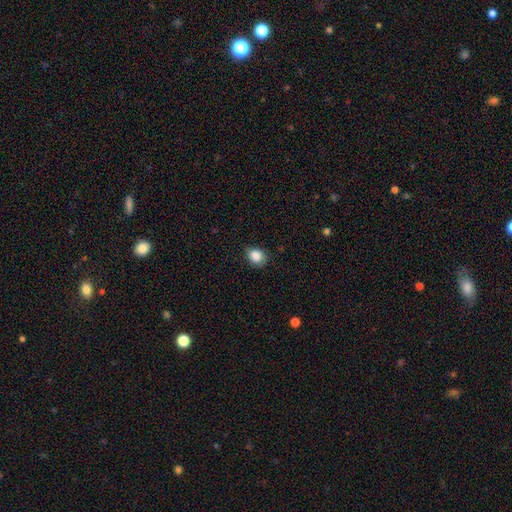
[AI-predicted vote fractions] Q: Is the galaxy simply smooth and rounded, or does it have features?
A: smooth — 86%.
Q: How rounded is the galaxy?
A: round — 55%.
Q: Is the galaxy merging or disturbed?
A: none — 75%.